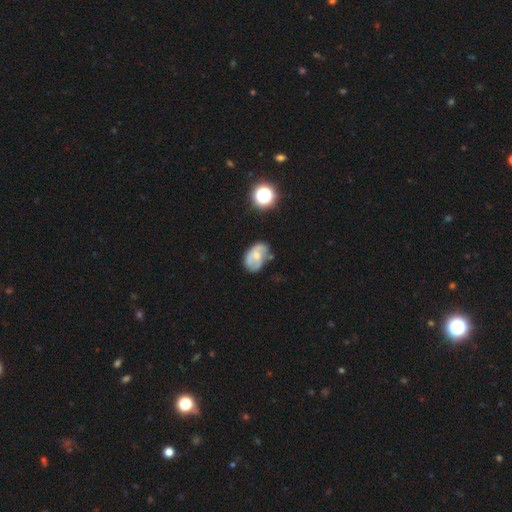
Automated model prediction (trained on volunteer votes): smooth_or_featured: featured or disk (p=0.57) [alt: smooth p=0.34]
disk_edge_on: no (p=0.97) [alt: yes p=0.03]
bar: no (p=0.58) [alt: weak p=0.34]
has_spiral_arms: yes (p=0.72) [alt: no p=0.28]
bulge_size: small (p=0.46) [alt: moderate p=0.42]
merging: none (p=0.51) [alt: minor disturbance p=0.31]